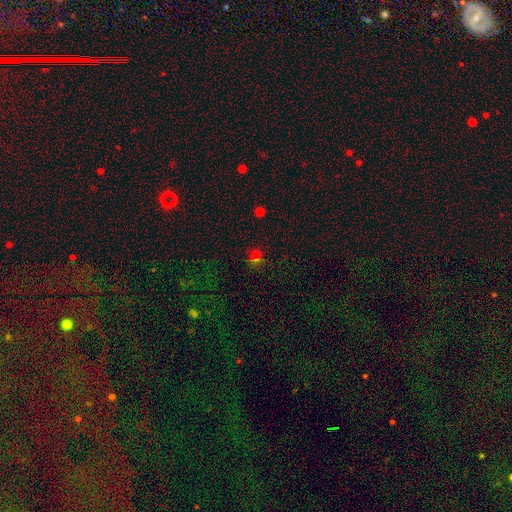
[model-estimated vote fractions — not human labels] The model was most divided on "smooth or featured": smooth: 53%, star or artifact: 38%, featured or disk: 9%. More confident: how rounded — round (82%); merging — none (68%).